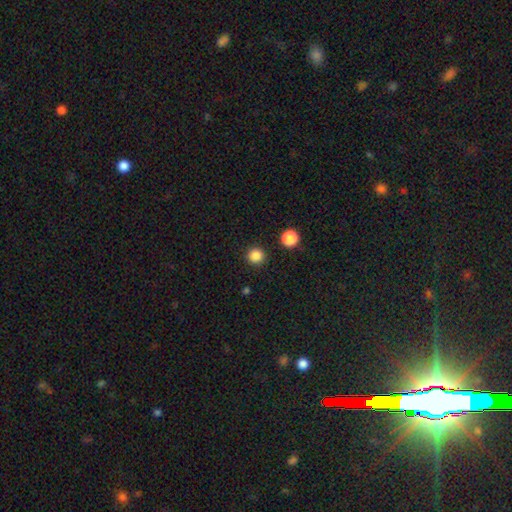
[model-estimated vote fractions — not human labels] A smooth galaxy with no disk features (85%) that is round (95%). Merging: none (92%).